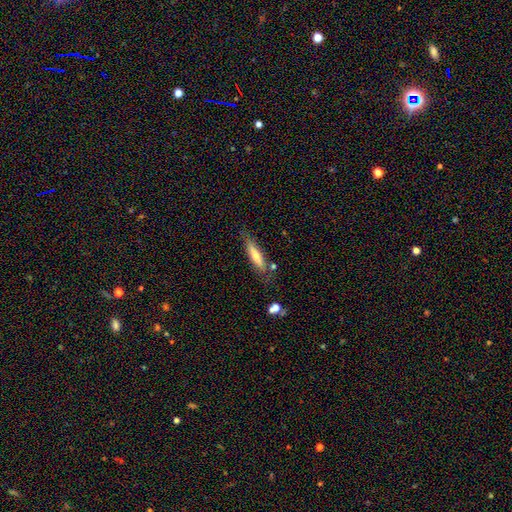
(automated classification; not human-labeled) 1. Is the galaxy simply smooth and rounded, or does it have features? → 56% smooth, 37% featured or disk, 7% star or artifact.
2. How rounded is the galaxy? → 78% cigar-shaped, 20% in between, 2% round.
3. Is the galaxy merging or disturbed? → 74% none, 16% minor disturbance, 5% merger, 4% major disturbance.